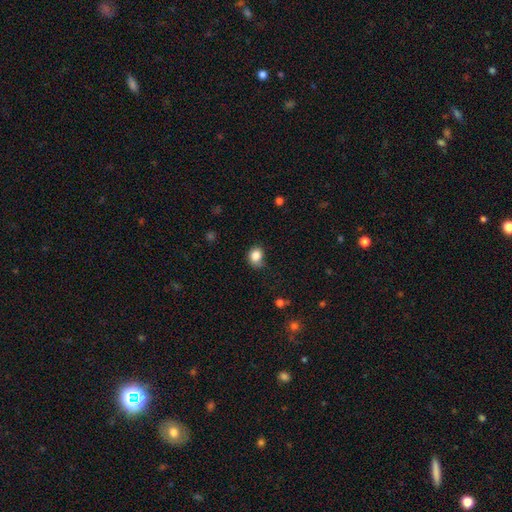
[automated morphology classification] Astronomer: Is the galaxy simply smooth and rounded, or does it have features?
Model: smooth — 84%.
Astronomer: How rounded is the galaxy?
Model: round — 56% (runner-up: in between, 43%).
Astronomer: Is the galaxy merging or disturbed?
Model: none — 59%.